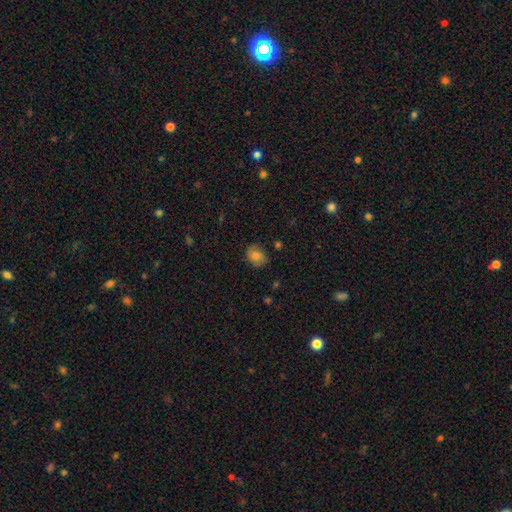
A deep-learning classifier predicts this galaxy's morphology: type=smooth (77%); roundness=round (52%); merging=none (80%).